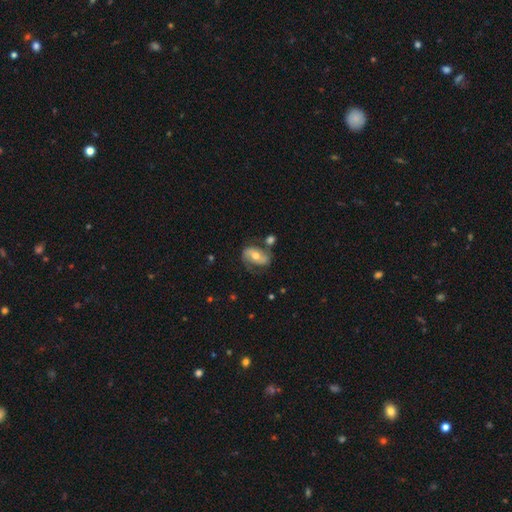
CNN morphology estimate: Overall: featured or disk (62%; smooth 31%). Edge-on disk: no (95%). Bar: no (46%; weak 31%). Spiral arms: yes (80%). Bulge size: moderate (71%). Merging: none (57%; minor disturbance 22%).